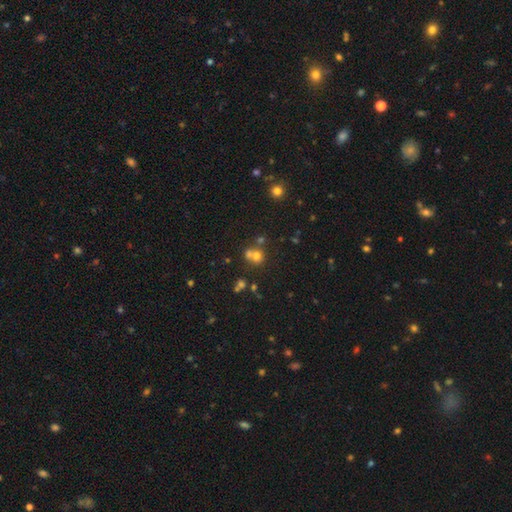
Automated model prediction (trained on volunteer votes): Morphology: type=smooth (65%); roundness=round (84%); merging=none (45%).